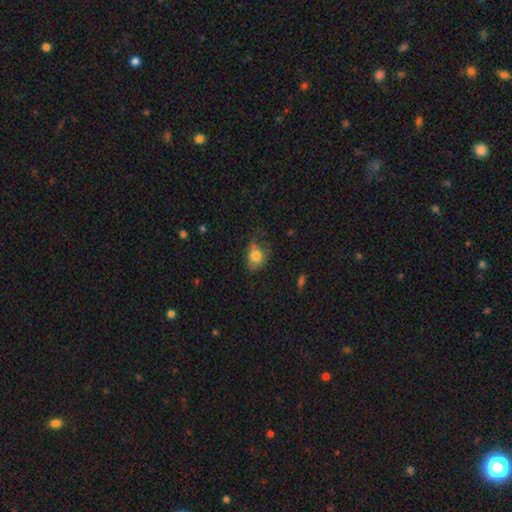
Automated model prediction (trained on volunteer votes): A smooth galaxy with no disk features (77%) that is in between round and cigar-shaped (56%). Merging: none (47%).